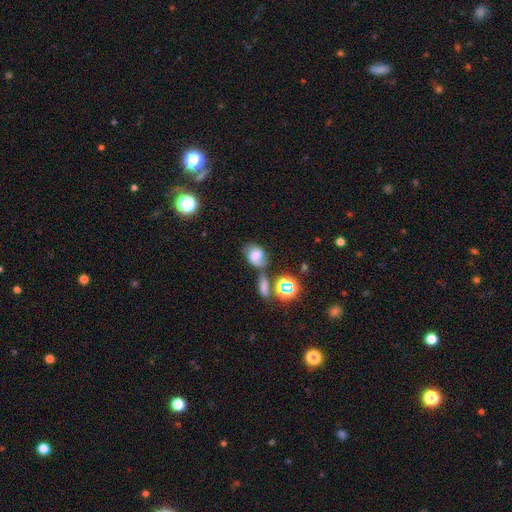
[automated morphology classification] smooth_or_featured: smooth (p=0.47) [alt: featured or disk p=0.37]
merging: none (p=0.36) [alt: merger p=0.27]